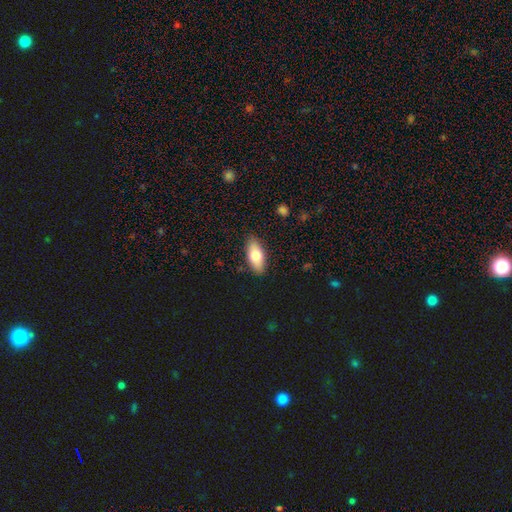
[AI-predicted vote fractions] Overall: smooth (73%). How rounded: in between (83%). Merging: none (88%).